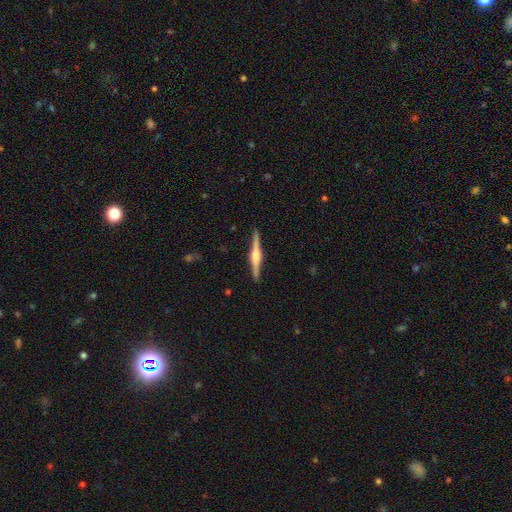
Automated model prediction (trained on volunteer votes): A featured or disk galaxy (77%) viewed edge-on (98%) with a rounded central bulge (70%). Merging: none (91%).